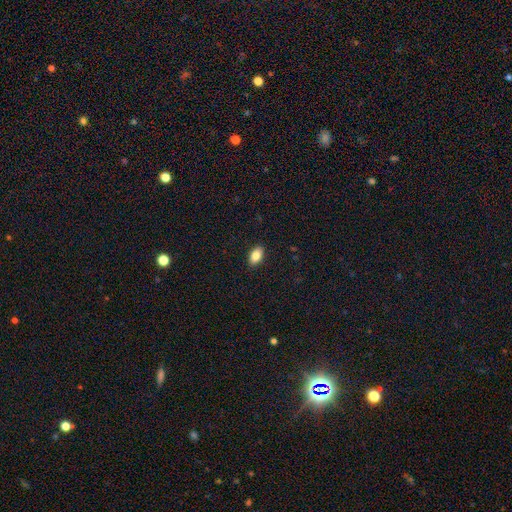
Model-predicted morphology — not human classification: Overall: smooth (83%). How rounded: in between (92%). Merging: none (90%).